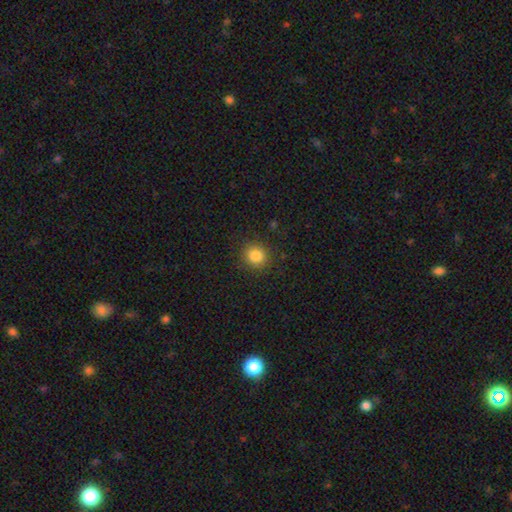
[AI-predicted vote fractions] smooth 84%, star or artifact 11%, featured or disk 5%. Down the decision tree: how rounded — round (88%); merging — none (89%).